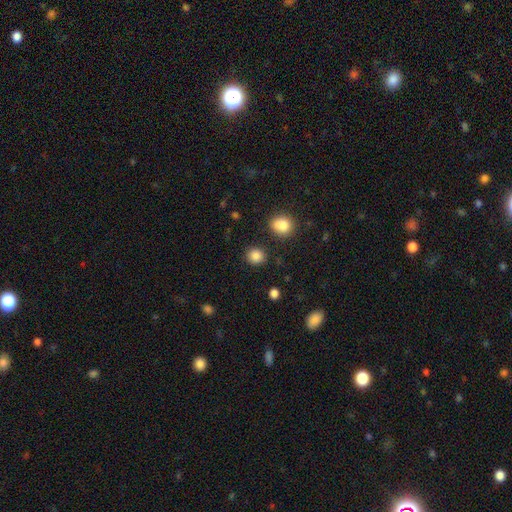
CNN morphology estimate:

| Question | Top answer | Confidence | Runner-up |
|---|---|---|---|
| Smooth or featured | smooth | 86% | star or artifact (10%) |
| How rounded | round | 82% | in between (17%) |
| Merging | none | 87% | minor disturbance (7%) |